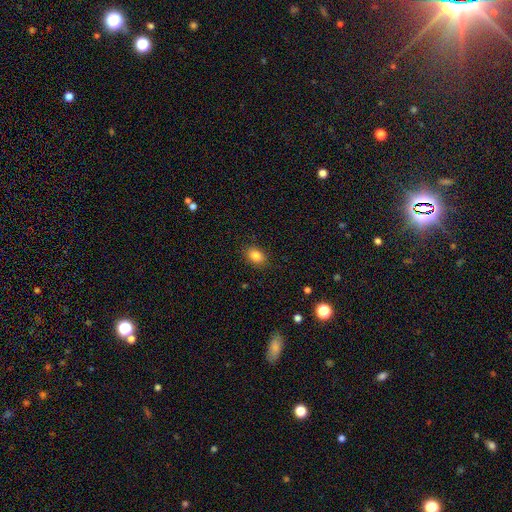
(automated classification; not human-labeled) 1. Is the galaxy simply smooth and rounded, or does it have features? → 84% smooth, 10% star or artifact, 6% featured or disk.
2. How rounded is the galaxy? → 74% in between, 25% round, 1% cigar-shaped.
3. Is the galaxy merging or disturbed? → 88% none, 9% minor disturbance, 2% major disturbance, 1% merger.